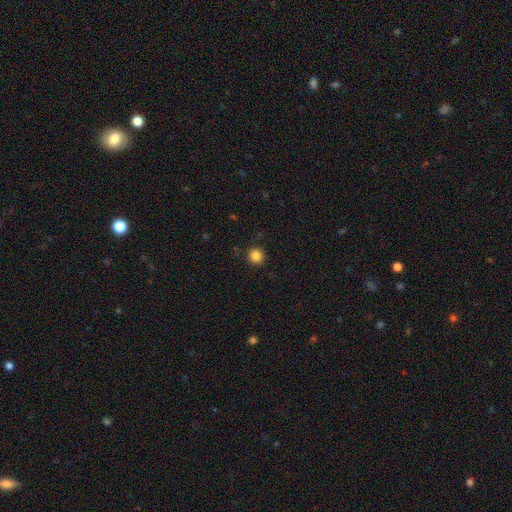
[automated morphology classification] Overall: smooth (85%). How rounded: round (93%). Merging: none (91%).